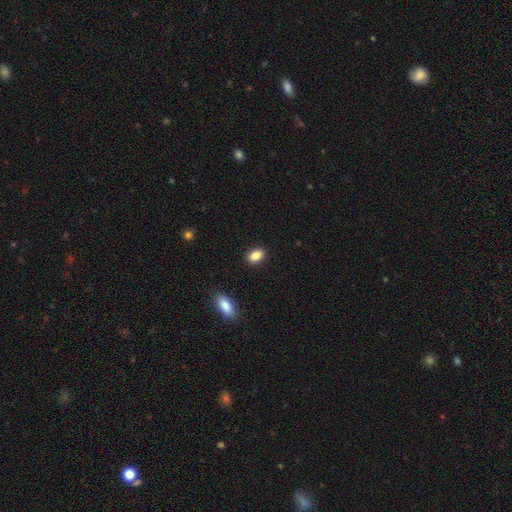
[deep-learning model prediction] A smooth galaxy with no disk features (86%) that is in between round and cigar-shaped (83%).

Vote fractions:
- Smooth or featured? smooth: 86% / star or artifact: 8% / featured or disk: 6%
- How rounded? in between: 83% / round: 15% / cigar-shaped: 2%
- Merging? none: 90% / minor disturbance: 7% / major disturbance: 2% / merger: 1%